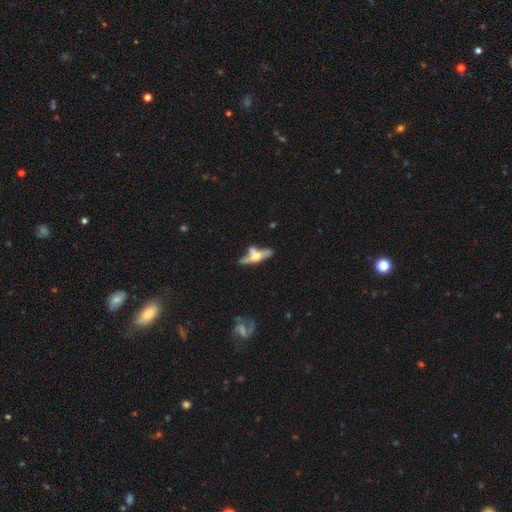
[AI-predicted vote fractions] Smooth or featured: featured or disk — 61% (smooth — 30%)
Edge-on disk: yes — 61% (no — 39%)
Merging: none — 37% (merger — 26%)